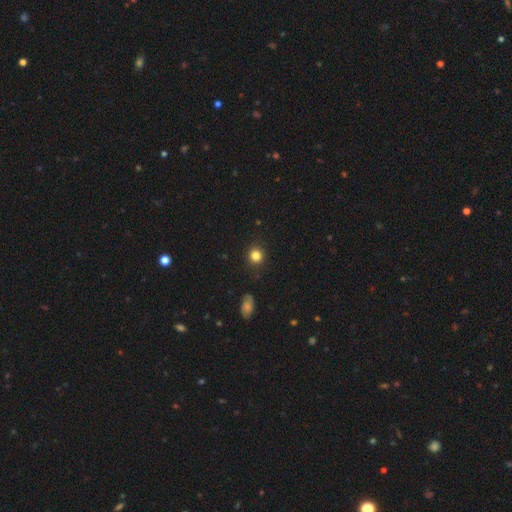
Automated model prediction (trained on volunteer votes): This appears to be a smooth galaxy with no disk features (83%) that is round (87%). Merging: none (89%).